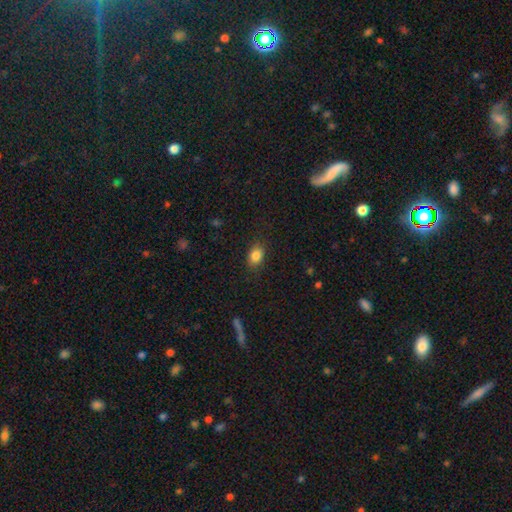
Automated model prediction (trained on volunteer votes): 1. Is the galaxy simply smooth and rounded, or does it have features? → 85% smooth, 10% star or artifact, 6% featured or disk.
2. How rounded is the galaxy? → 72% in between, 27% round, 1% cigar-shaped.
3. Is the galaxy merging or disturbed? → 84% none, 12% minor disturbance, 3% major disturbance, 1% merger.